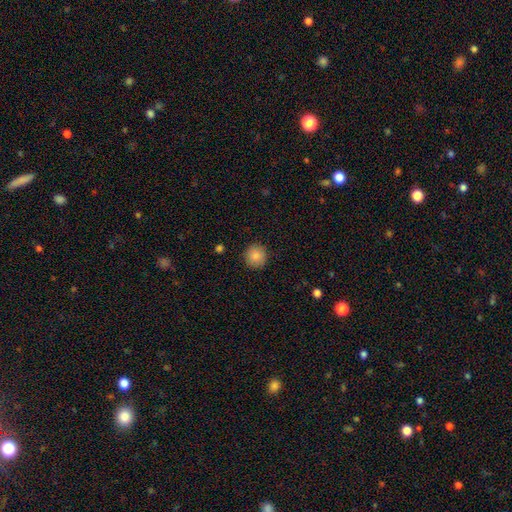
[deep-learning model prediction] Overall: smooth (86%). How rounded: round (94%). Merging: none (91%).